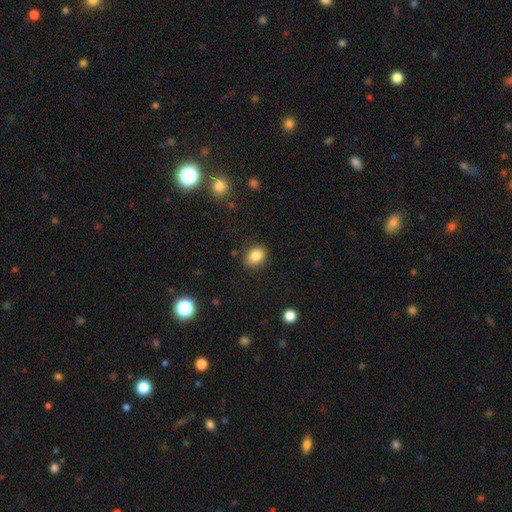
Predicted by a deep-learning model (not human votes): Smooth or featured?
  - smooth: 85% *
  - star or artifact: 9%
  - featured or disk: 5%
How rounded?
  - in between: 73% *
  - round: 26%
  - cigar-shaped: 1%
Merging?
  - none: 84% *
  - minor disturbance: 12%
  - major disturbance: 3%
  - merger: 1%